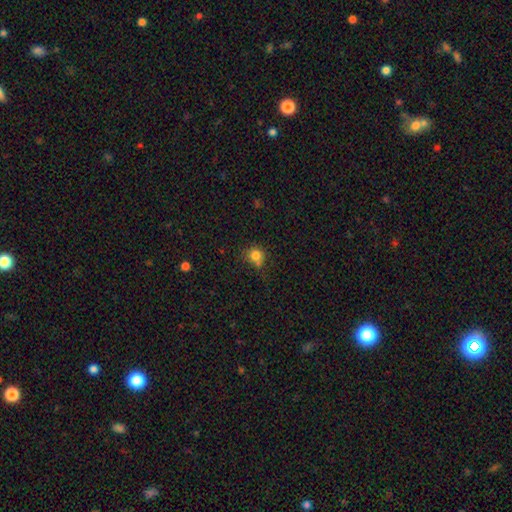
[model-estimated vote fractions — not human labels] smooth_or_featured: smooth (p=0.81) [alt: star or artifact p=0.13]
how_rounded: round (p=0.83) [alt: in between p=0.16]
merging: none (p=0.60) [alt: minor disturbance p=0.22]